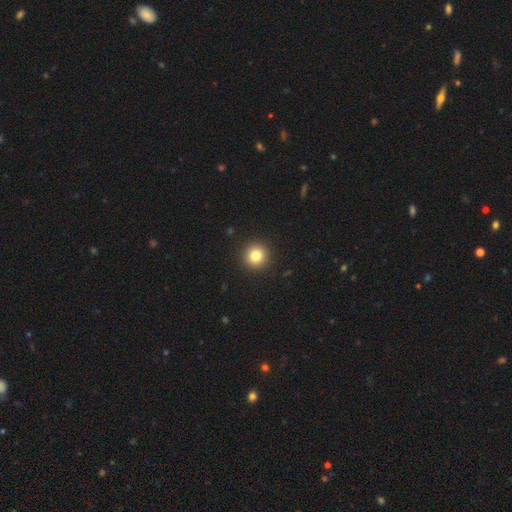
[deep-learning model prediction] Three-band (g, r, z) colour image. It shows a smooth galaxy with no disk features (81%) that is round (95%). Merging: none (93%).